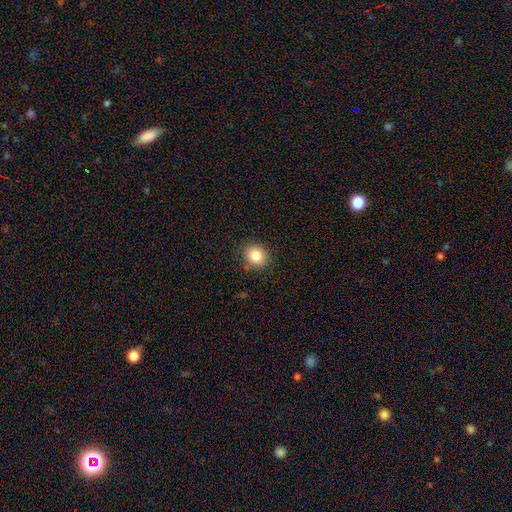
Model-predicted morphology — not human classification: This is clearly a smooth galaxy (84%). How rounded: likely round (76%). Merging: clearly none (86%).